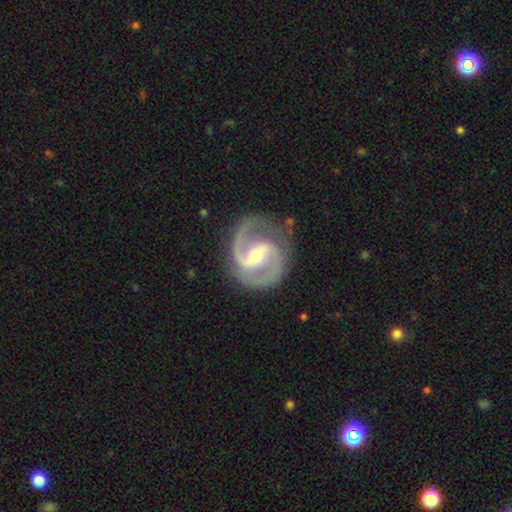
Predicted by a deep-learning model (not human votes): Smooth or featured? featured or disk (93%)
Edge-on disk? no (98%)
Bar? weak (46%)
Spiral arms? yes (98%)
Spiral winding? medium (64%)
Spiral arm count? 2 (92%)
Bulge size? moderate (54%)
Merging? none (79%)